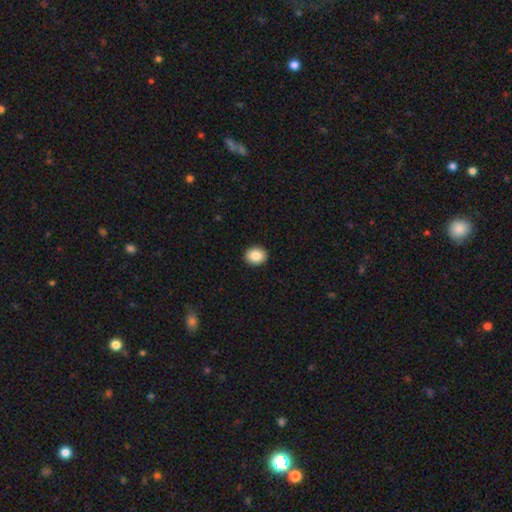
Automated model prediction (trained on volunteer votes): Smooth or featured? smooth (87%)
How rounded? round (51%)
Merging? none (92%)